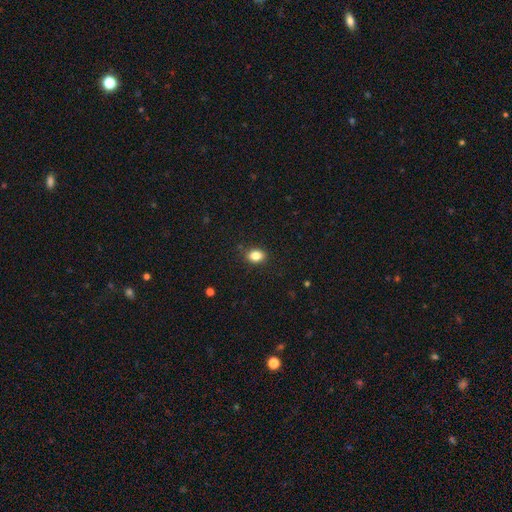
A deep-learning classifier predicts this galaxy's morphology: A smooth galaxy with no disk features (84%) that is in between round and cigar-shaped (65%).

Vote fractions:
- Smooth or featured? smooth: 84% / star or artifact: 10% / featured or disk: 5%
- How rounded? in between: 65% / round: 34% / cigar-shaped: 1%
- Merging? none: 87% / minor disturbance: 10% / major disturbance: 2% / merger: 1%